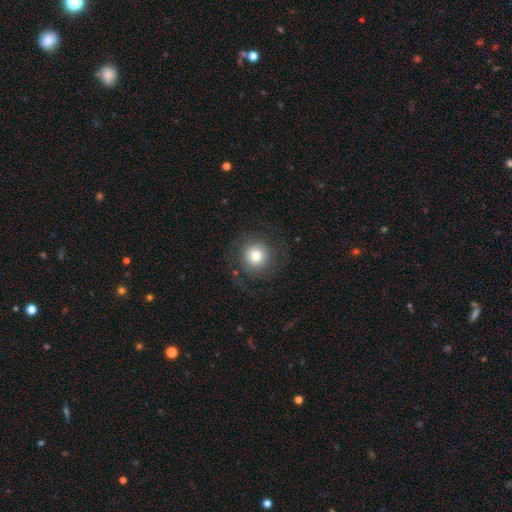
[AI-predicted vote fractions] Smooth or featured: smooth — 71% (featured or disk — 19%)
How rounded: round — 95% (in between — 4%)
Merging: none — 79% (minor disturbance — 10%)